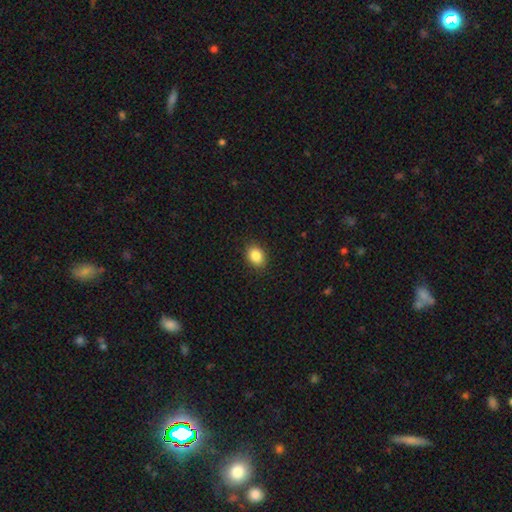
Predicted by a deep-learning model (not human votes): The model was most divided on "how rounded": in between: 59%, round: 40%, cigar-shaped: 1%. More confident: merging — none (90%); smooth or featured — smooth (86%).